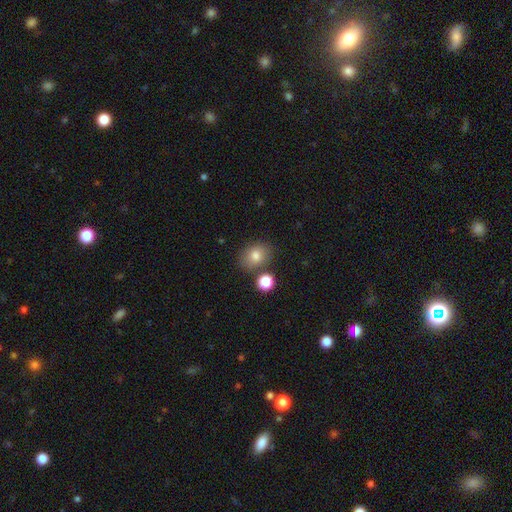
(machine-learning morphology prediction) Smooth or featured?
  - smooth: 80% *
  - star or artifact: 10%
  - featured or disk: 10%
How rounded?
  - in between: 62% *
  - round: 36%
  - cigar-shaped: 1%
Merging?
  - none: 75% *
  - minor disturbance: 12%
  - merger: 10%
  - major disturbance: 3%